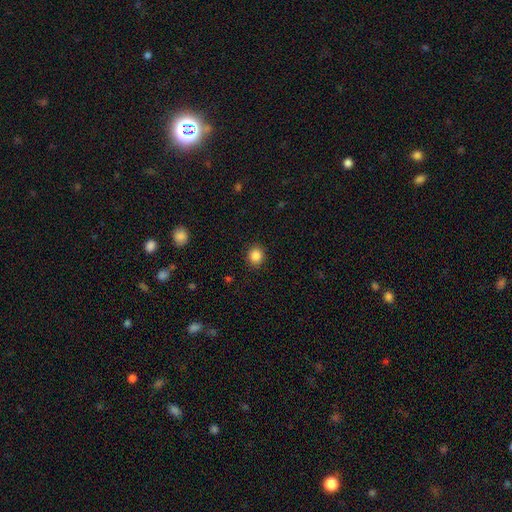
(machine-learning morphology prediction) The model was most divided on "how rounded": round: 83%, in between: 16%, cigar-shaped: 1%. More confident: merging — none (91%); smooth or featured — smooth (86%).